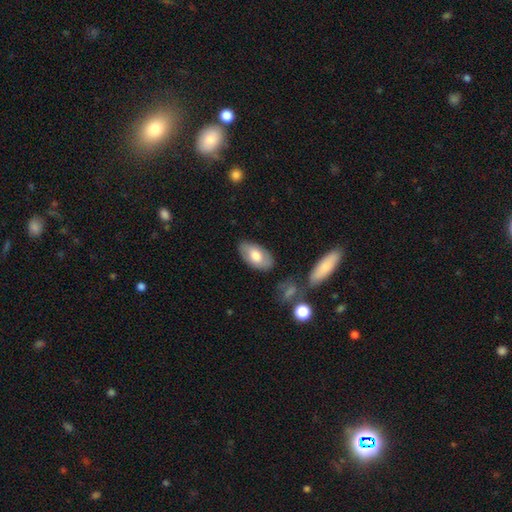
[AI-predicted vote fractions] smooth_or_featured: smooth (p=0.70) [alt: featured or disk p=0.24]
how_rounded: in between (p=0.94) [alt: round p=0.04]
merging: none (p=0.79) [alt: minor disturbance p=0.14]